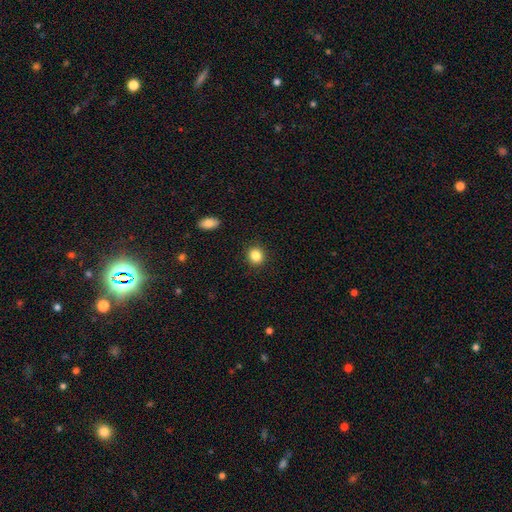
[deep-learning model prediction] Smooth or featured?
  - smooth: 85% *
  - star or artifact: 10%
  - featured or disk: 5%
How rounded?
  - round: 81% *
  - in between: 18%
  - cigar-shaped: 1%
Merging?
  - none: 91% *
  - minor disturbance: 6%
  - major disturbance: 2%
  - merger: 1%